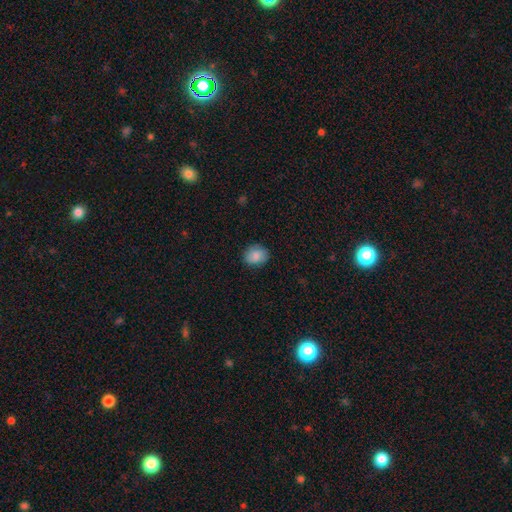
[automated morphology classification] A smooth galaxy with no disk features (86%) that is round (57%). Merging: none (84%).